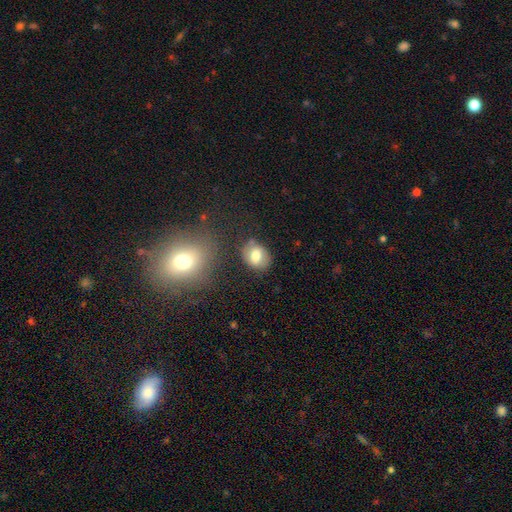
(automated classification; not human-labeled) Q: Smooth or featured?
A: smooth (71%); runner-up: featured or disk (20%)
Q: How rounded?
A: in between (50%); runner-up: round (49%)
Q: Merging?
A: none (75%); runner-up: minor disturbance (15%)